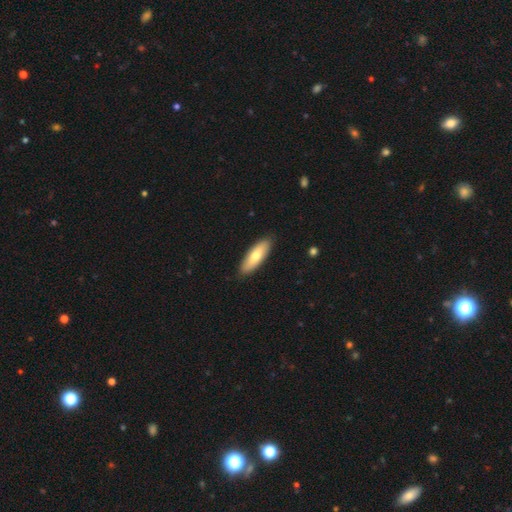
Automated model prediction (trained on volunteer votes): Morphology: type=smooth (69%); roundness=in between (61%); merging=none (89%).